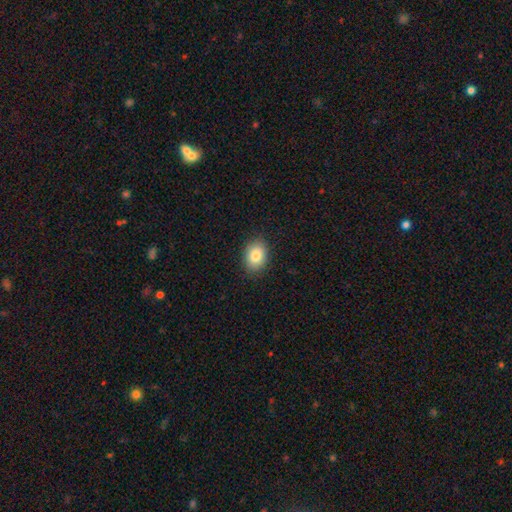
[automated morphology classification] This appears to be a smooth galaxy with no disk features (84%) that is in between round and cigar-shaped (73%). Merging: none (88%).